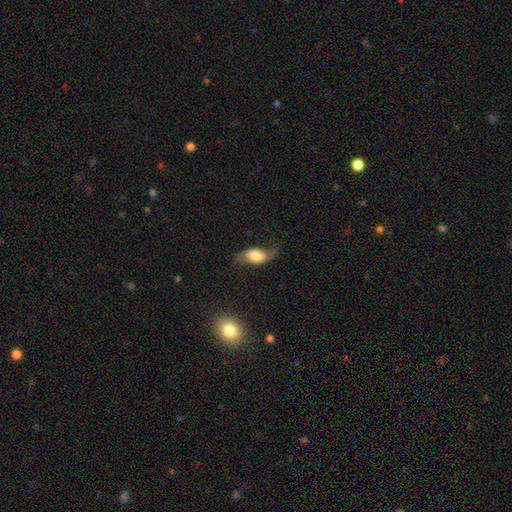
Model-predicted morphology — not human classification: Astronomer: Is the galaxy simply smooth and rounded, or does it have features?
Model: smooth — 49% (runner-up: featured or disk, 43%).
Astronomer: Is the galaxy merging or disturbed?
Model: none — 55%.